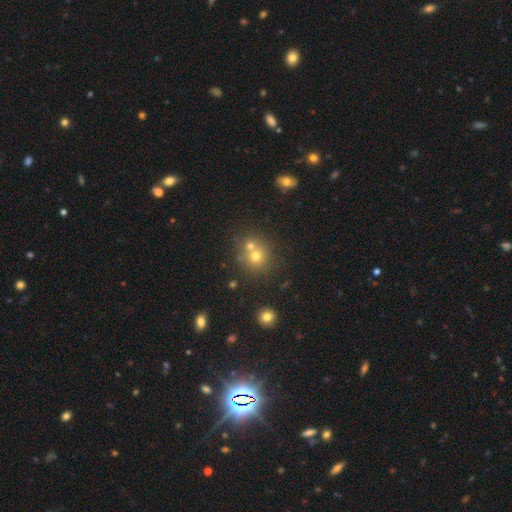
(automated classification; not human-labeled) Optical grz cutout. It shows a smooth galaxy with no disk features (67%) that is round (87%). Merging: none (54%).